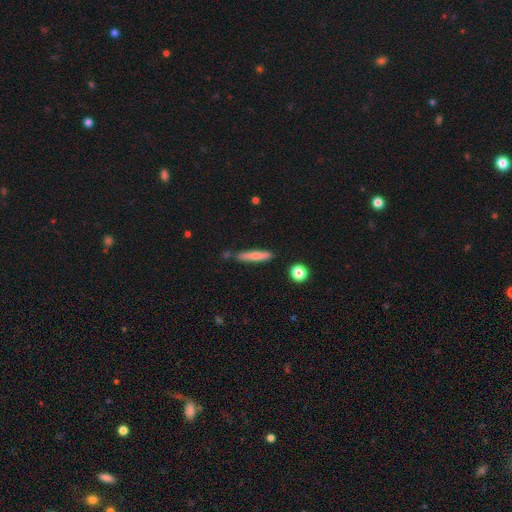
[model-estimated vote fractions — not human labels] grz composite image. It shows a smooth galaxy with no disk features (71%) that is cigar-shaped (90%). Merging: none (80%).